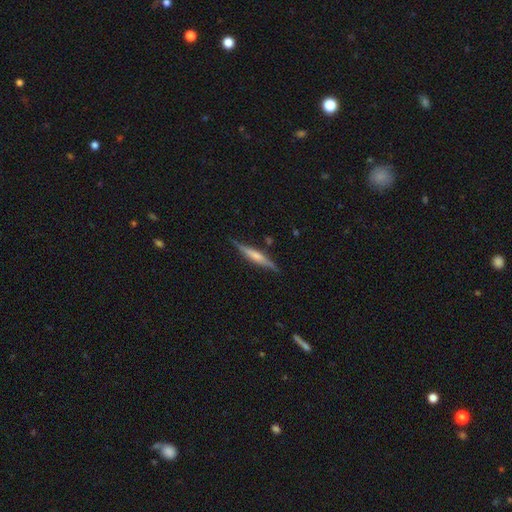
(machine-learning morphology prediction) A featured or disk galaxy (57%) viewed edge-on (96%) with a rounded central bulge (51%).

Vote fractions:
- Smooth or featured? featured or disk: 57% / smooth: 37% / star or artifact: 6%
- Edge-on disk? yes: 96% / no: 4%
- Edge-on bulge? rounded: 51% / none: 26% / boxy: 23%
- Merging? none: 84% / minor disturbance: 12% / major disturbance: 2% / merger: 2%